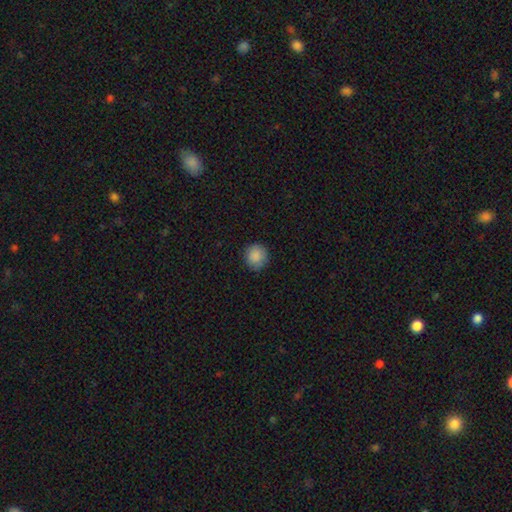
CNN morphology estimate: Smooth or featured? smooth (87%)
How rounded? round (88%)
Merging? none (83%)